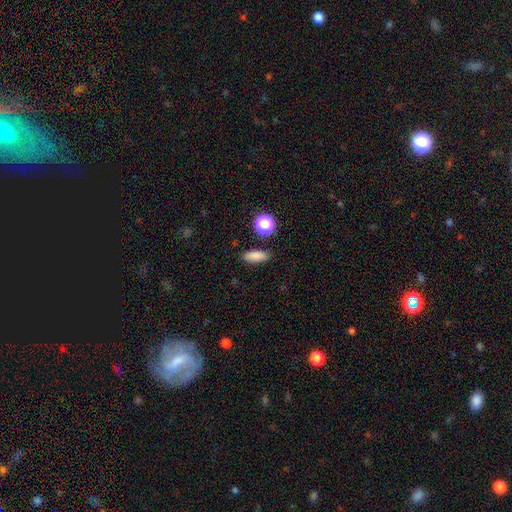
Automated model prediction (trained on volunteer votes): This is clearly a smooth galaxy (83%). How rounded: likely in between (69%). Merging: clearly none (87%).